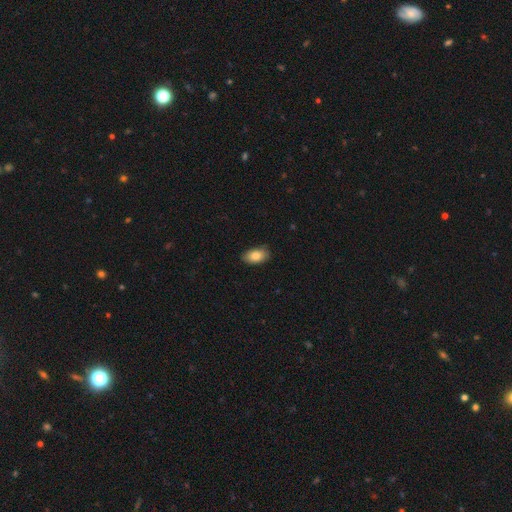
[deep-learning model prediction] smooth 84%, featured or disk 9%, star or artifact 7%. Down the decision tree: how rounded — in between (93%); merging — none (84%).